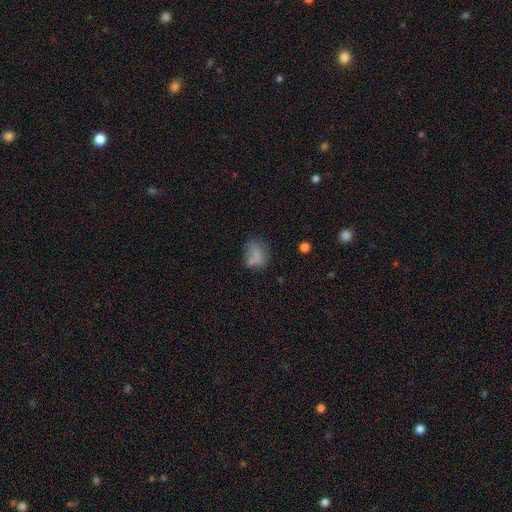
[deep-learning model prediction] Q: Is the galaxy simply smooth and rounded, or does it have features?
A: smooth — 71%.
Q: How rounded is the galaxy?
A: in between — 60%.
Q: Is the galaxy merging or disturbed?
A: none — 46%.